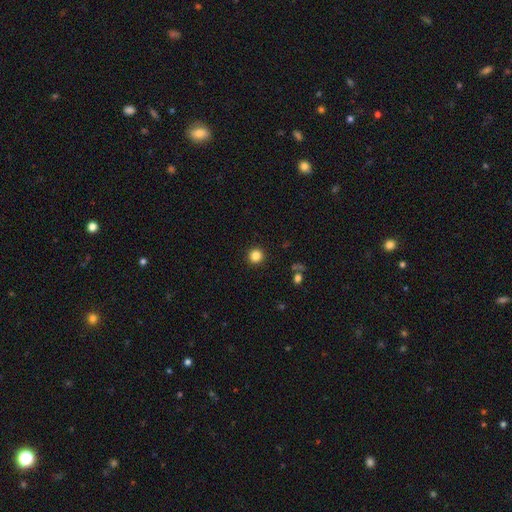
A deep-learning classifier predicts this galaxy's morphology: smooth-or-featured: smooth: 85% | star or artifact: 12% | featured or disk: 4%
  how-rounded: round: 95% | in between: 4% | cigar-shaped: 1%
  merging: none: 93% | minor disturbance: 4% | major disturbance: 2% | merger: 1%